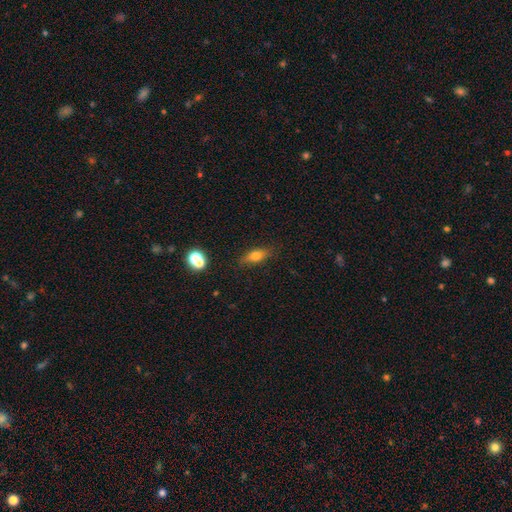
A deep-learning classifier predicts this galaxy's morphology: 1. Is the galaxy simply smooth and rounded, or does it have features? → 68% smooth, 21% featured or disk, 11% star or artifact.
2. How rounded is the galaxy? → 64% in between, 28% cigar-shaped, 8% round.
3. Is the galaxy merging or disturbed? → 81% none, 14% minor disturbance, 3% major disturbance, 2% merger.